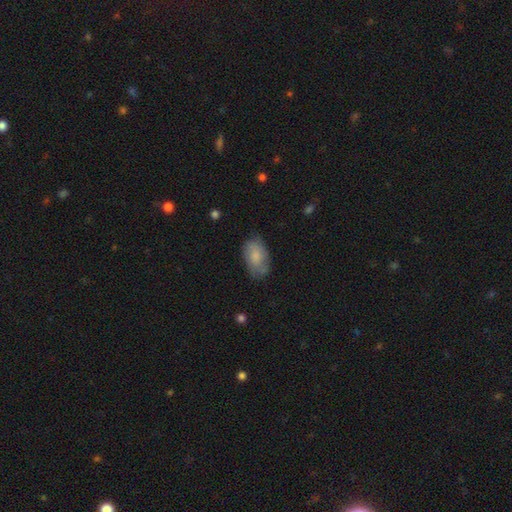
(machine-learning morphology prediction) This appears to be a smooth galaxy with no disk features (77%) that is in between round and cigar-shaped (93%). Merging: none (70%).